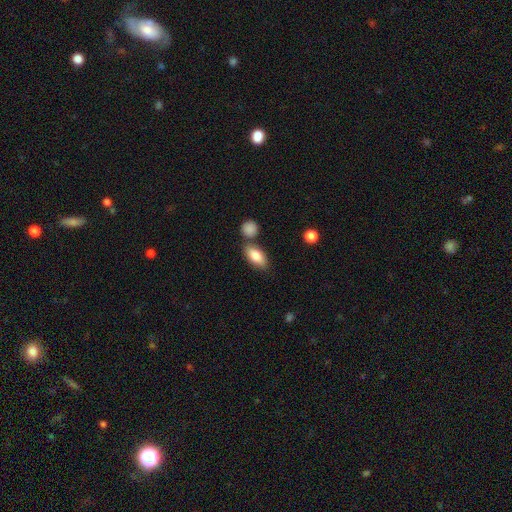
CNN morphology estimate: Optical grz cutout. It shows a smooth galaxy with no disk features (82%) that is in between round and cigar-shaped (87%). Merging: none (70%).